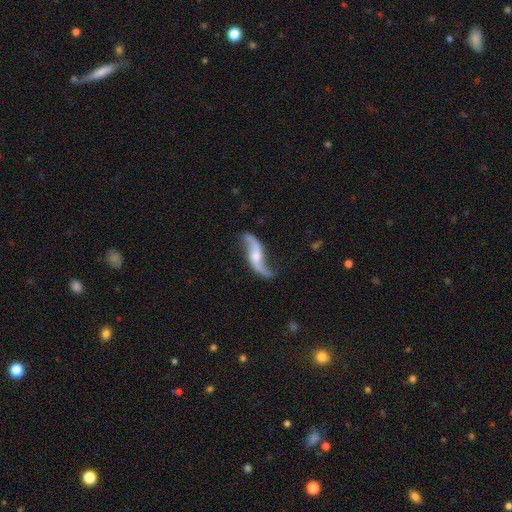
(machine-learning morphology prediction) featured or disk 88%, smooth 7%, star or artifact 5%. Down the decision tree: edge-on disk — no (89%); bar — no (53%); spiral arms — yes (96%); spiral arm count — 2 (94%); spiral winding — loose (92%); bulge size — moderate (45%); merging — none (75%).